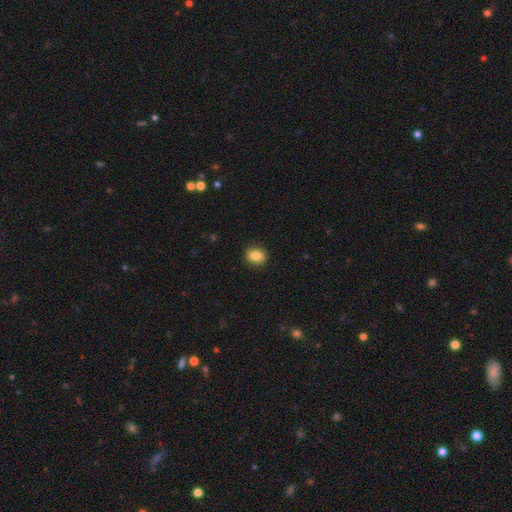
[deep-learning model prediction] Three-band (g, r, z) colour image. It shows a smooth galaxy with no disk features (85%) that is in between round and cigar-shaped (50%). Merging: none (89%).